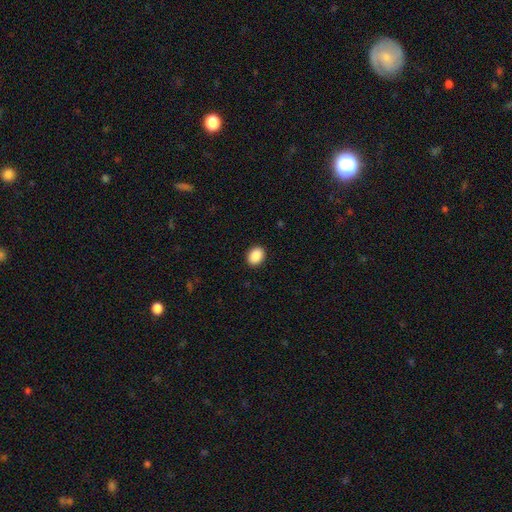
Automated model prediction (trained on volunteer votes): smooth-or-featured: smooth: 90% | star or artifact: 7% | featured or disk: 3%
  how-rounded: in between: 61% | round: 38% | cigar-shaped: 1%
  merging: none: 91% | minor disturbance: 6% | major disturbance: 2% | merger: 1%